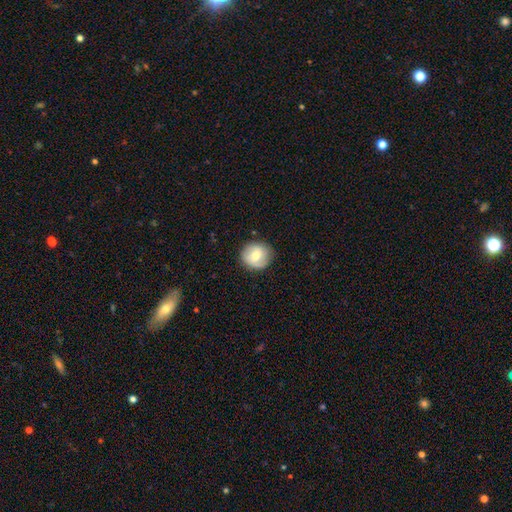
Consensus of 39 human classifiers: smooth-or-featured: smooth: 67% | featured or disk: 26% | star or artifact: 8%
  how-rounded: round: 81% | in between: 19% | cigar-shaped: 0%
  merging: none: 86% | minor disturbance: 8% | major disturbance: 3% | merger: 3%